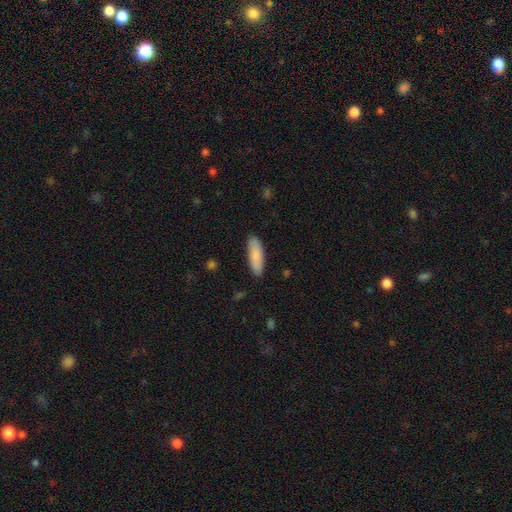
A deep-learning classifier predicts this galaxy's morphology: type=smooth (84%); roundness=in between (51%); merging=none (88%).